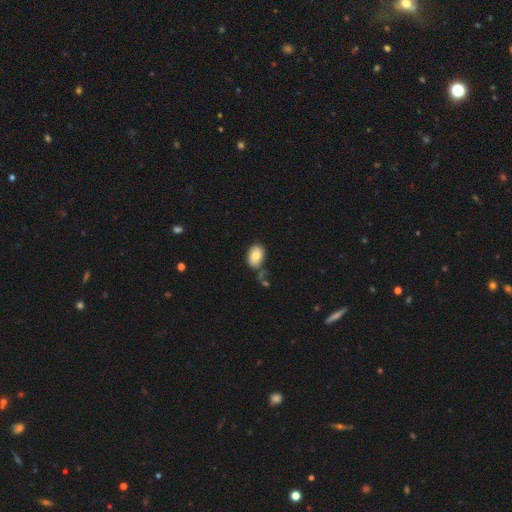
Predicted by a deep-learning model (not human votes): Smooth or featured?
  - smooth: 78% *
  - featured or disk: 15%
  - star or artifact: 7%
How rounded?
  - in between: 86% *
  - round: 13%
  - cigar-shaped: 1%
Merging?
  - none: 63% *
  - minor disturbance: 22%
  - merger: 10%
  - major disturbance: 6%